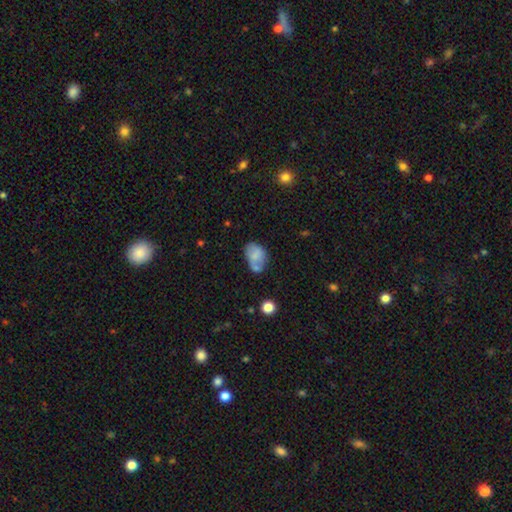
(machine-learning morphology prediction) A smooth galaxy with no disk features (69%) that is in between round and cigar-shaped (83%). Merging: none (39%).